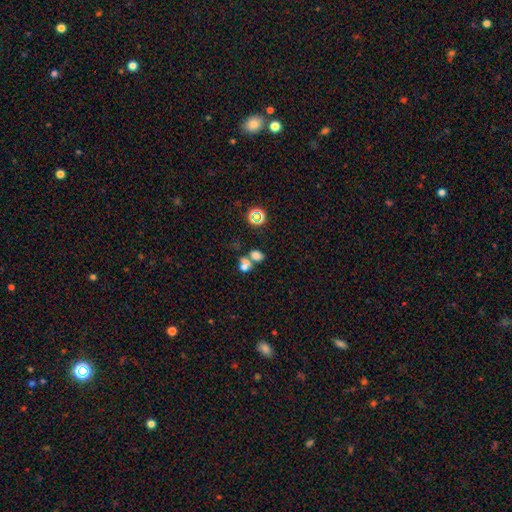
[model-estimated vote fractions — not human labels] smooth 68%, star or artifact 19%, featured or disk 13%. Down the decision tree: how rounded — in between (67%); merging — merger (54%).